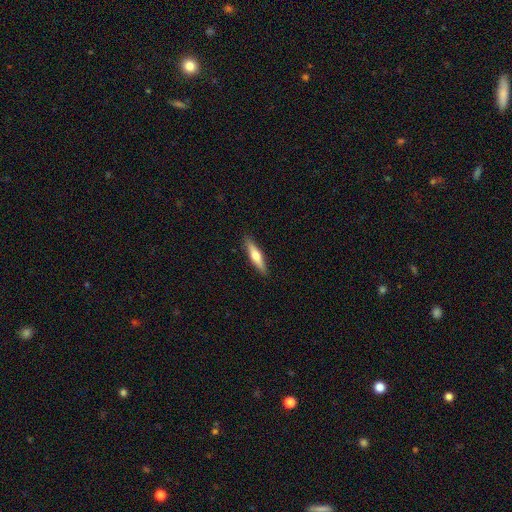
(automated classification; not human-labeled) Morphology: type=smooth (53%); roundness=cigar-shaped (80%); merging=none (90%).